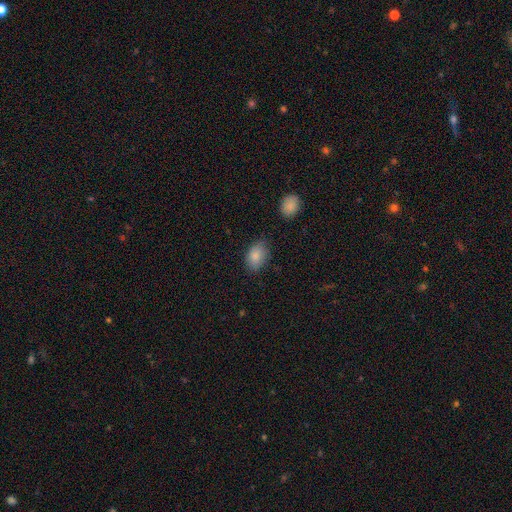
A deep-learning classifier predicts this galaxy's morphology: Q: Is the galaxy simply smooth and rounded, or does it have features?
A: smooth — 86%.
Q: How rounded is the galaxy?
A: in between — 86%.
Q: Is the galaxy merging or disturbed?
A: none — 75%.